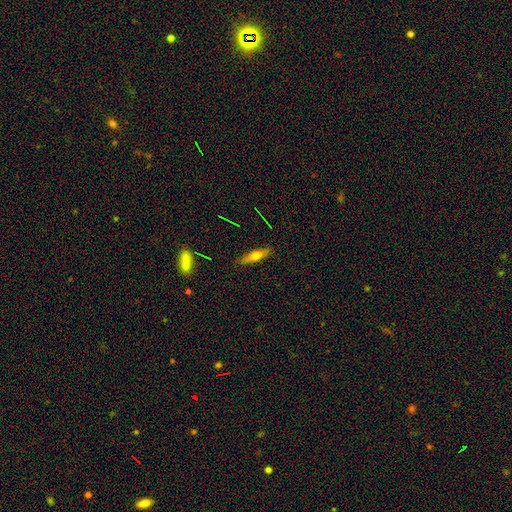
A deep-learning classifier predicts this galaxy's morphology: smooth 54%, featured or disk 37%, star or artifact 9%. Down the decision tree: how rounded — cigar-shaped (69%); merging — none (86%).